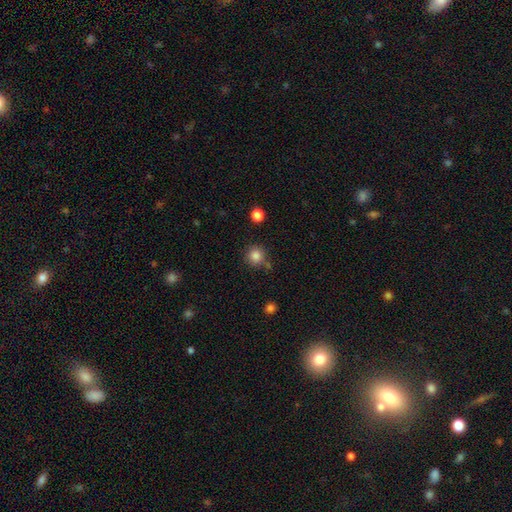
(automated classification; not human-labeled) Smooth or featured? Predicted: smooth (p=0.84). How rounded? Predicted: round (p=0.93). Merging? Predicted: none (p=0.78).